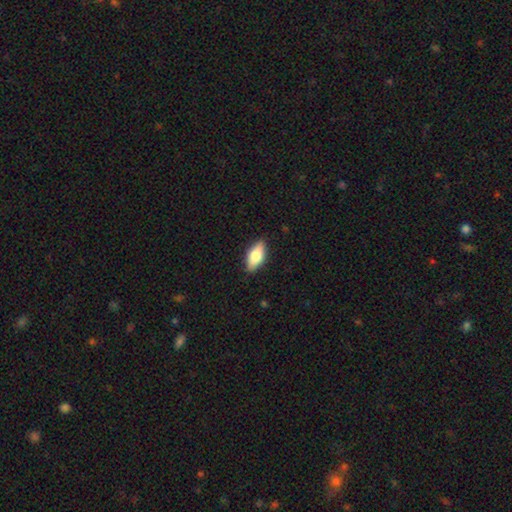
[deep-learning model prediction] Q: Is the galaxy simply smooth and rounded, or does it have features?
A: smooth — 72%.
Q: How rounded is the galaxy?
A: in between — 85%.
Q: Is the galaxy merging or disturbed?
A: none — 87%.